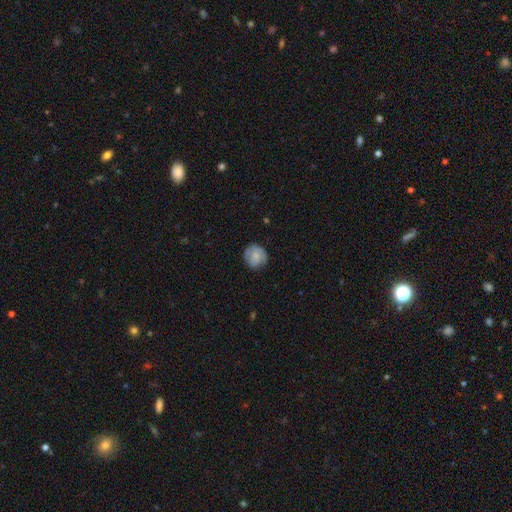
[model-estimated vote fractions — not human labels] smooth-or-featured: smooth: 68% | featured or disk: 24% | star or artifact: 7%
  how-rounded: round: 89% | in between: 10% | cigar-shaped: 1%
  merging: none: 78% | minor disturbance: 17% | major disturbance: 4% | merger: 1%